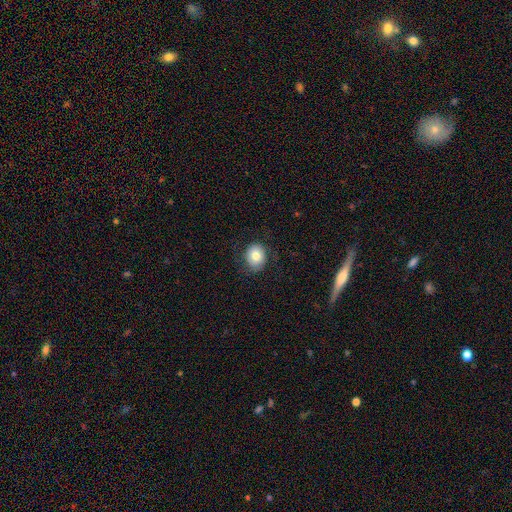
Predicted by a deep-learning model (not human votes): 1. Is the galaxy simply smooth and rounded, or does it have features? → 77% smooth, 14% featured or disk, 9% star or artifact.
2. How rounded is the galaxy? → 63% round, 36% in between, 1% cigar-shaped.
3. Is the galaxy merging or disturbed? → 79% none, 14% minor disturbance, 6% major disturbance, 1% merger.